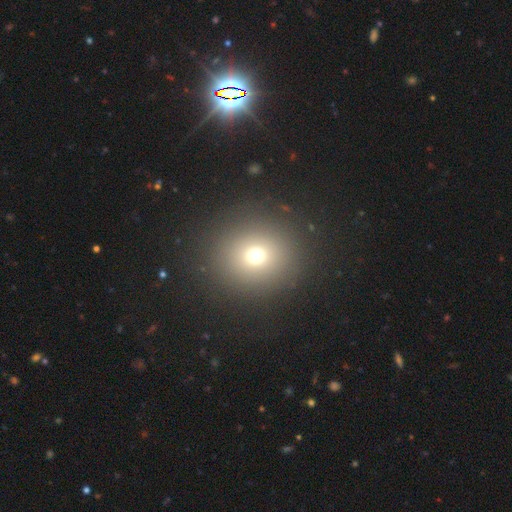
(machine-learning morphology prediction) smooth 70%, star or artifact 19%, featured or disk 11%. Down the decision tree: how rounded — round (86%); merging — none (89%).